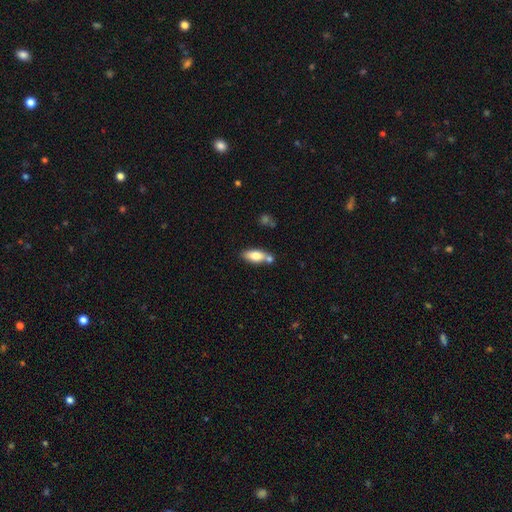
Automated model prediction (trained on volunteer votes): Q: Smooth or featured?
A: smooth (75%); runner-up: featured or disk (18%)
Q: How rounded?
A: in between (80%); runner-up: cigar-shaped (17%)
Q: Merging?
A: none (58%); runner-up: merger (23%)